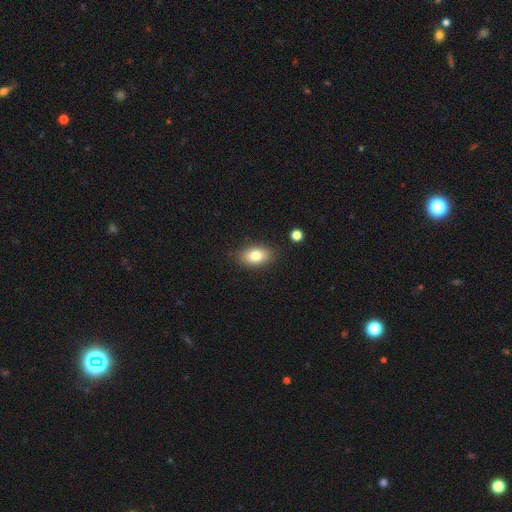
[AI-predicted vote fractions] This appears to be a smooth galaxy with no disk features (80%) that is in between round and cigar-shaped (87%). Merging: none (85%).